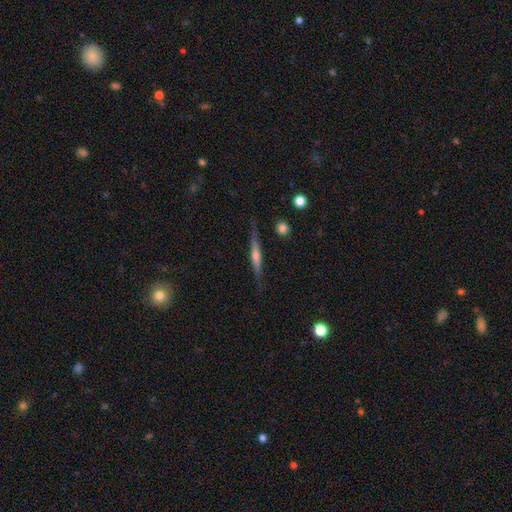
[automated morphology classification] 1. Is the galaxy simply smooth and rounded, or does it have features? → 67% featured or disk, 27% smooth, 7% star or artifact.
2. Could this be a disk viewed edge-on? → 97% yes, 3% no.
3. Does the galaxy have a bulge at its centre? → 73% rounded, 16% none, 11% boxy.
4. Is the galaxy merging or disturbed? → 82% none, 13% minor disturbance, 3% major disturbance, 2% merger.